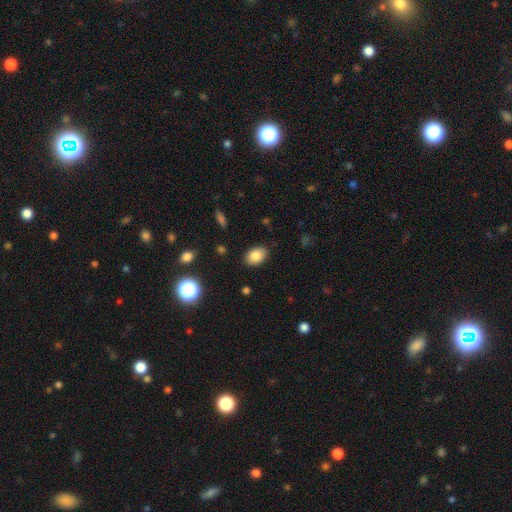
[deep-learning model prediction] Smooth or featured?
  - smooth: 84% *
  - star or artifact: 9%
  - featured or disk: 6%
How rounded?
  - in between: 80% *
  - round: 19%
  - cigar-shaped: 1%
Merging?
  - none: 86% *
  - minor disturbance: 10%
  - major disturbance: 3%
  - merger: 1%